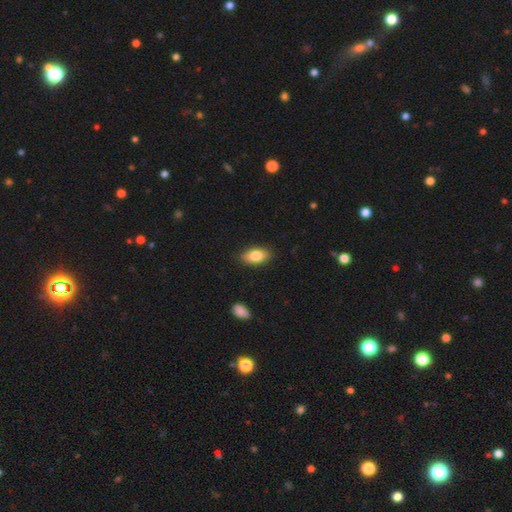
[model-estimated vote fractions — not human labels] Overall: smooth (84%). How rounded: in between (91%). Merging: none (87%).